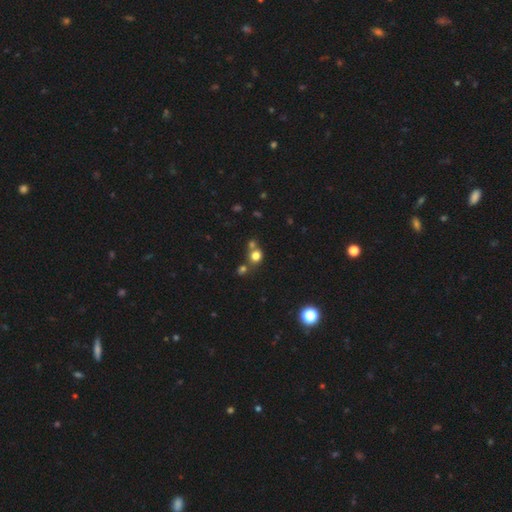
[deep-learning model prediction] Q: Smooth or featured?
A: smooth (74%); runner-up: star or artifact (18%)
Q: How rounded?
A: round (81%); runner-up: in between (18%)
Q: Merging?
A: none (56%); runner-up: merger (31%)